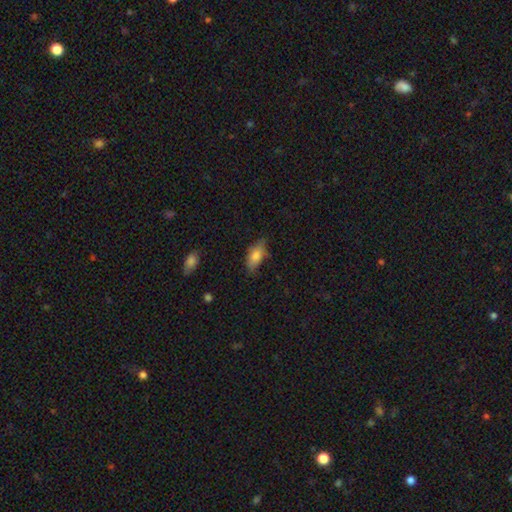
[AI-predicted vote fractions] This is likely a smooth galaxy (77%). How rounded: clearly in between (89%). Merging: possibly none (58%).